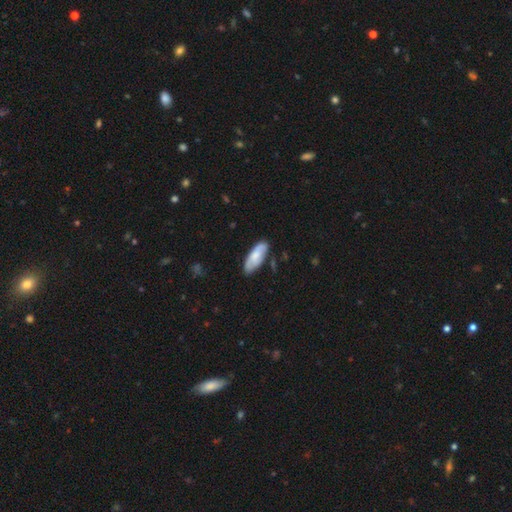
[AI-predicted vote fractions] The model was most divided on "smooth or featured": smooth: 65%, featured or disk: 29%, star or artifact: 6%. More confident: how rounded — in between (76%); merging — none (75%).